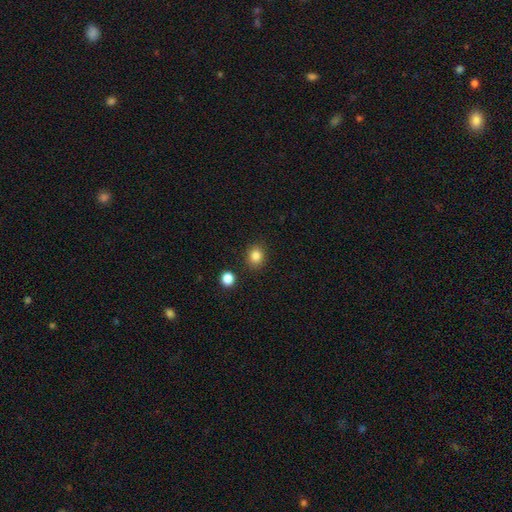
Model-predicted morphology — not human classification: Smooth or featured?
  - smooth: 84% *
  - star or artifact: 11%
  - featured or disk: 5%
How rounded?
  - round: 74% *
  - in between: 25%
  - cigar-shaped: 1%
Merging?
  - none: 87% *
  - minor disturbance: 8%
  - merger: 3%
  - major disturbance: 2%